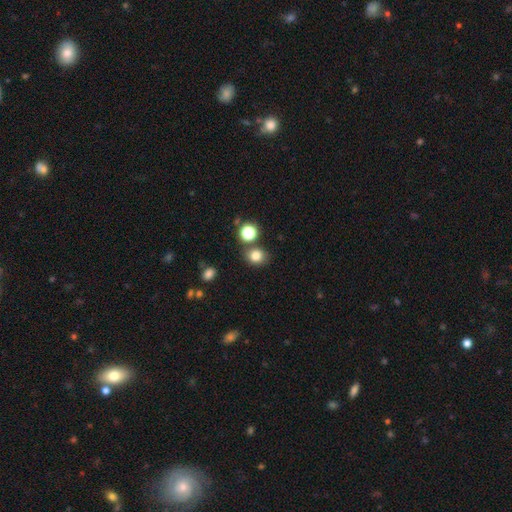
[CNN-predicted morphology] Smooth or featured?
  - smooth: 80% *
  - star or artifact: 14%
  - featured or disk: 6%
How rounded?
  - round: 74% *
  - in between: 26%
  - cigar-shaped: 1%
Merging?
  - none: 76% *
  - merger: 10%
  - minor disturbance: 10%
  - major disturbance: 3%